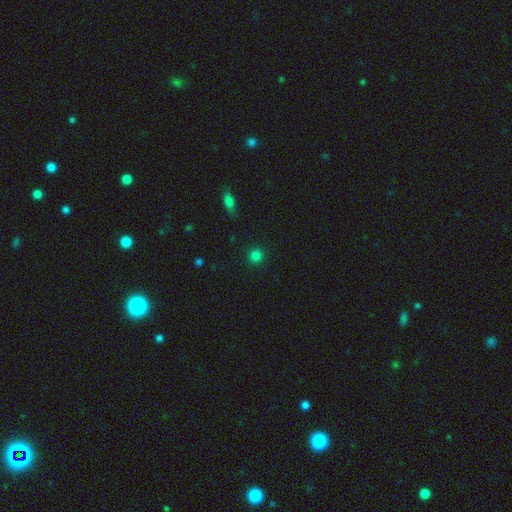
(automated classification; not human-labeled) Morphology: type=smooth (82%); roundness=round (94%); merging=none (91%).